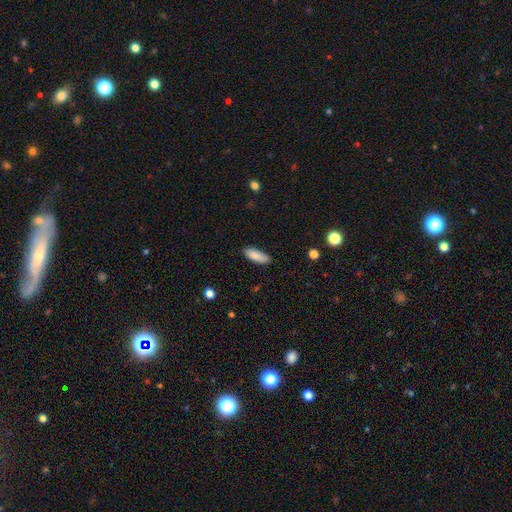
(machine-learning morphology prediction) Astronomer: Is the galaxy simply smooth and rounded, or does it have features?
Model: smooth — 87%.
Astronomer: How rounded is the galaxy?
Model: in between — 69%.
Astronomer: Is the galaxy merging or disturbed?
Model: none — 84%.